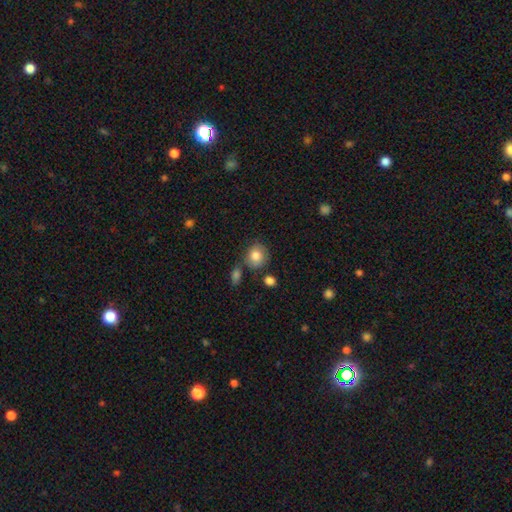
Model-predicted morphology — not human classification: A smooth galaxy with no disk features (82%) that is round (76%). Merging: none (69%).